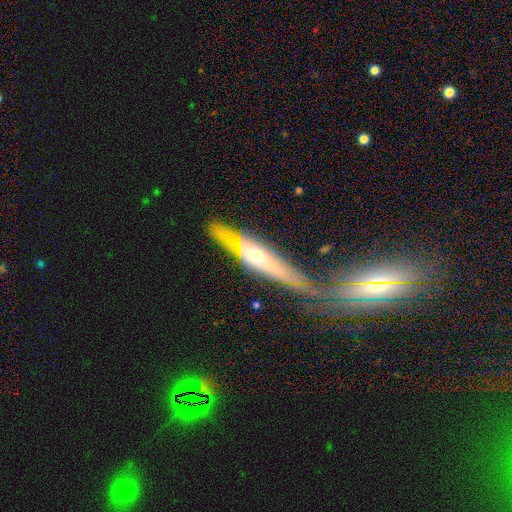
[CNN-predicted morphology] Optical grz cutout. It shows a featured or disk galaxy (72%) viewed edge-on (66%). Merging: none (52%).